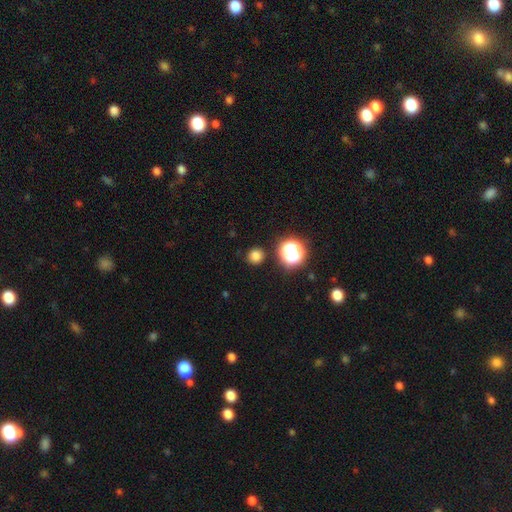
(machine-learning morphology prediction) The model was most divided on "smooth or featured": smooth: 78%, star or artifact: 17%, featured or disk: 5%. More confident: how rounded — round (94%); merging — none (89%).